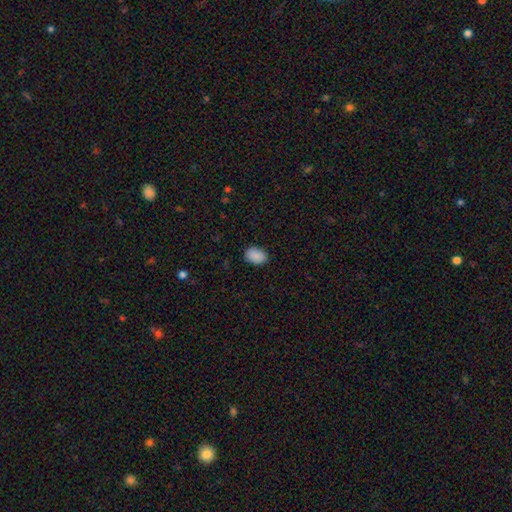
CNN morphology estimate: Smooth or featured? smooth (90%)
How rounded? in between (84%)
Merging? none (88%)